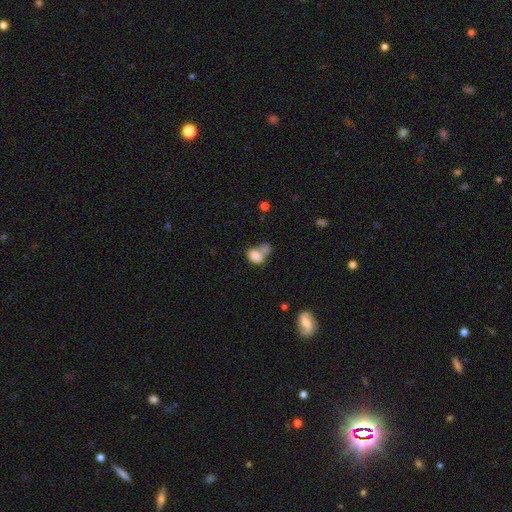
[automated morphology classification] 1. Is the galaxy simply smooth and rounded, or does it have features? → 81% smooth, 10% featured or disk, 9% star or artifact.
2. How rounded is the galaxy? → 76% in between, 22% round, 1% cigar-shaped.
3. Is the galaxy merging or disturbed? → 55% merger, 26% none, 12% minor disturbance, 8% major disturbance.